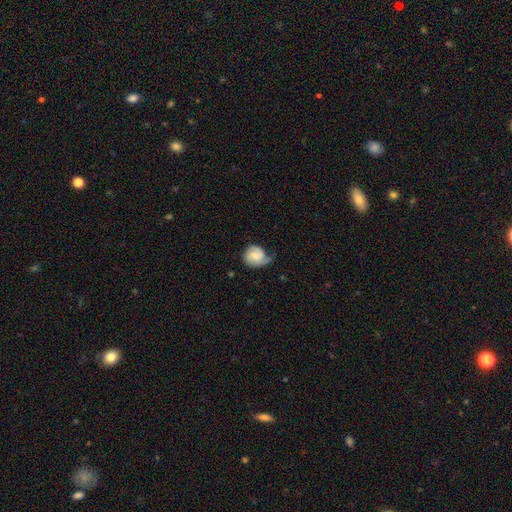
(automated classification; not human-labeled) Smooth or featured: featured or disk — 60% (smooth — 34%)
Edge-on disk: no — 98% (yes — 2%)
Bar: no — 50% (weak — 41%)
Spiral arms: yes — 91% (no — 9%)
Spiral winding: medium — 42% (tight — 38%)
Spiral arm count: 2 — 56% (1 — 22%)
Bulge size: moderate — 40% (small — 39%)
Merging: none — 45% (minor disturbance — 35%)